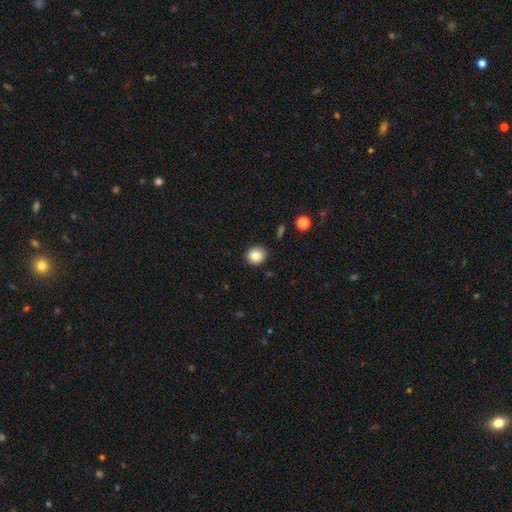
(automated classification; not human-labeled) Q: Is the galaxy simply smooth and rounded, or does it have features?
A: smooth — 86%.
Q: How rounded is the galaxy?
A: round — 82%.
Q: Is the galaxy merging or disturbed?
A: none — 86%.